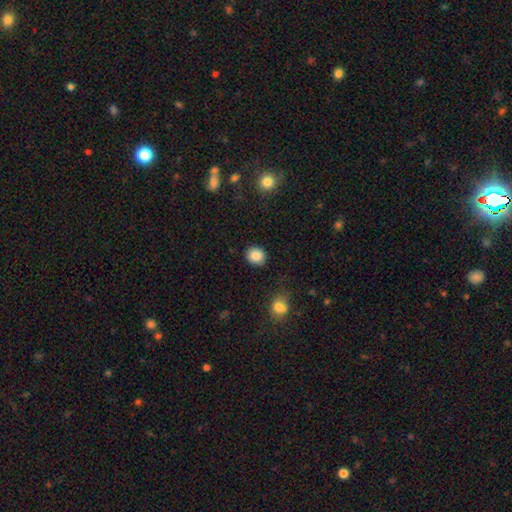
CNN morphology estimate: Smooth or featured? smooth (87%)
How rounded? round (82%)
Merging? none (88%)